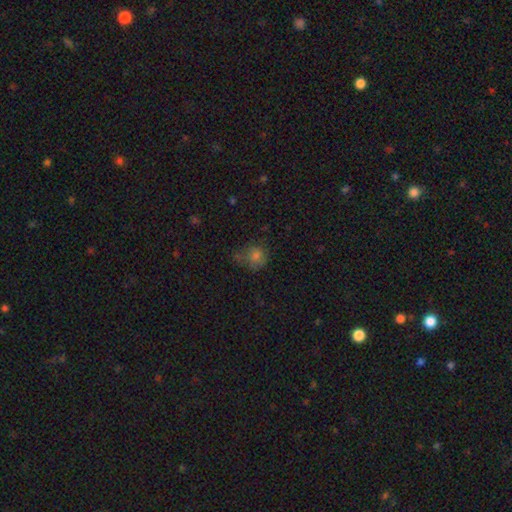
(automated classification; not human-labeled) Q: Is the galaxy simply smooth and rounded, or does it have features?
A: smooth — 70%.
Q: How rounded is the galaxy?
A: round — 75%.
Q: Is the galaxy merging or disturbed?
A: none — 50%.